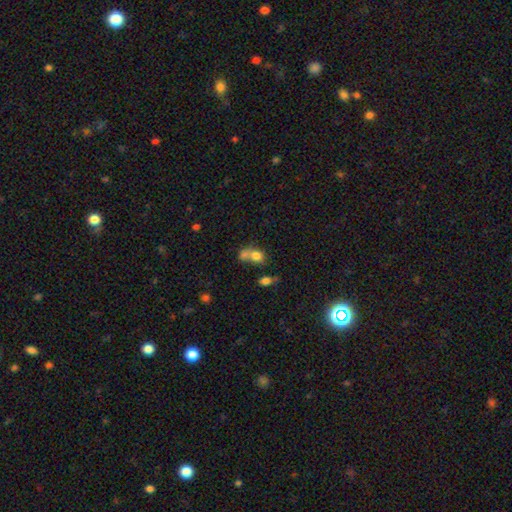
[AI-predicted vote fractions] smooth 76%, featured or disk 12%, star or artifact 12%. Down the decision tree: how rounded — round (56%); merging — merger (54%).